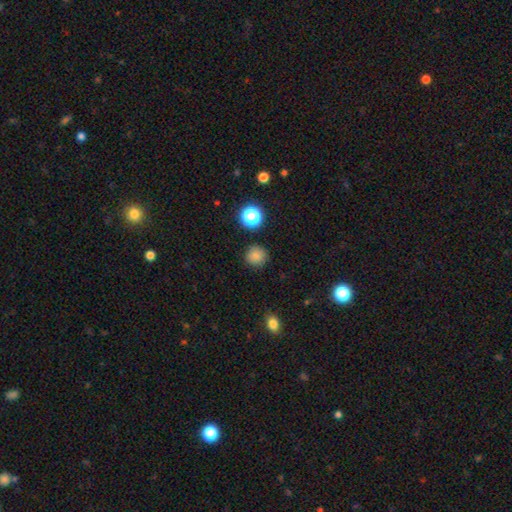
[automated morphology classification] A smooth galaxy with no disk features (81%) that is round (92%). Merging: none (88%).